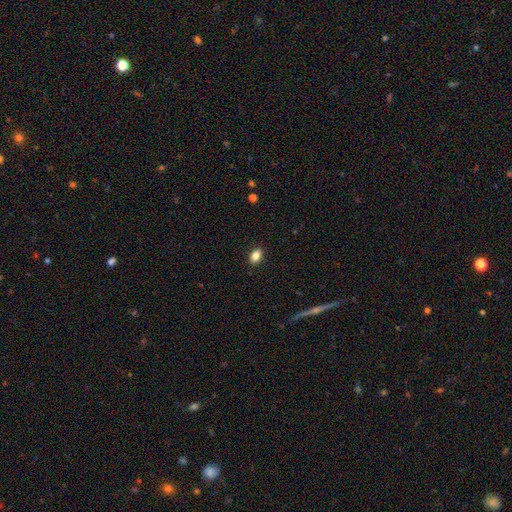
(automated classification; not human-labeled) Smooth or featured: smooth — 84% (star or artifact — 10%)
How rounded: in between — 82% (round — 15%)
Merging: none — 89% (minor disturbance — 8%)